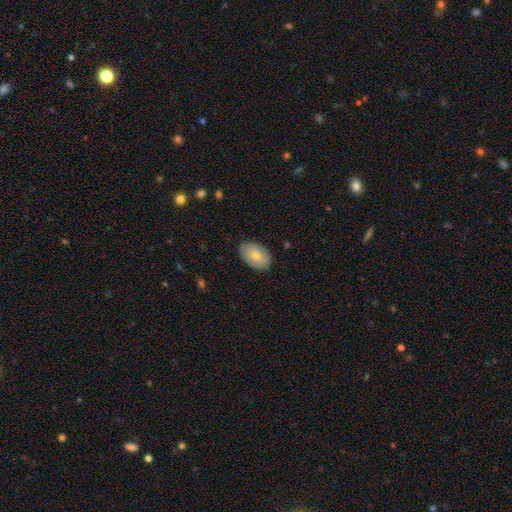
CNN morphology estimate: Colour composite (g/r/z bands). It shows a smooth galaxy with no disk features (76%) that is in between round and cigar-shaped (91%). Merging: none (83%).